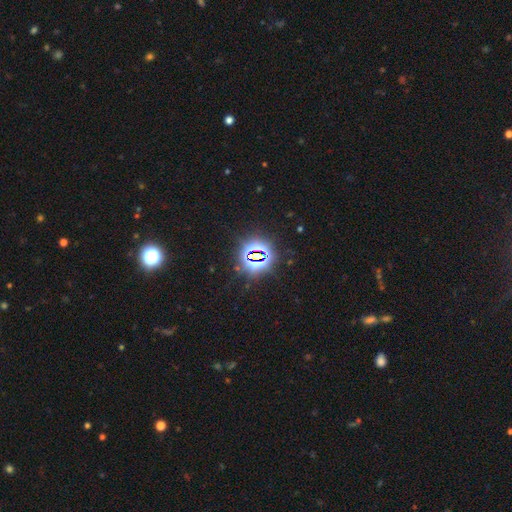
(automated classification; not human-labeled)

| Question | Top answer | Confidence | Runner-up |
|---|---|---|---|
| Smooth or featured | star or artifact | 79% | smooth (13%) |